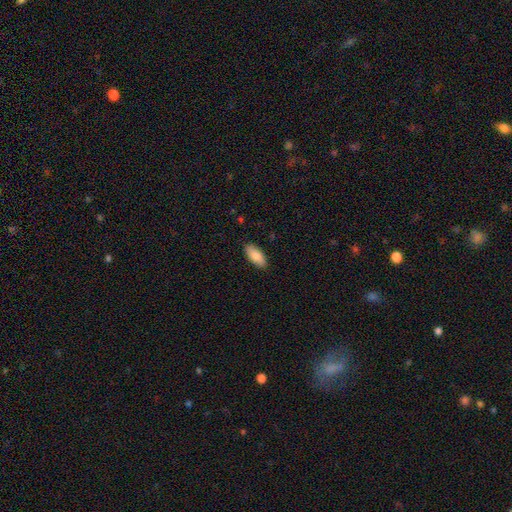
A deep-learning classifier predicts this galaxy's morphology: This appears to be a smooth galaxy with no disk features (86%) that is in between round and cigar-shaped (88%). Merging: none (88%).